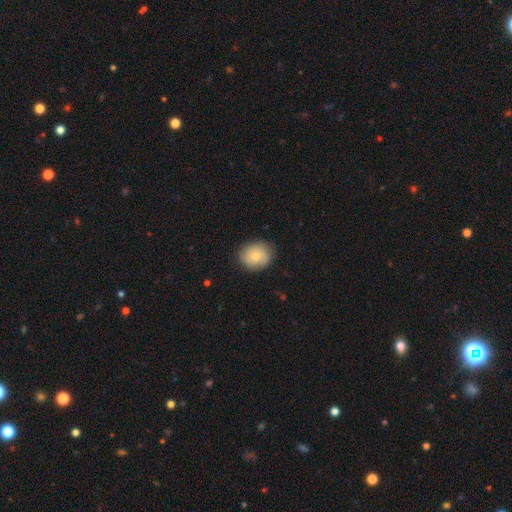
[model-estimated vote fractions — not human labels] Smooth or featured? smooth (65%)
How rounded? round (66%)
Merging? none (81%)